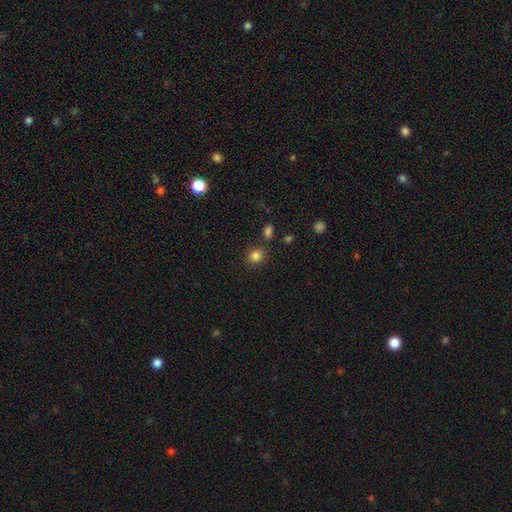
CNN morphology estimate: Q: Smooth or featured?
A: smooth (84%); runner-up: star or artifact (11%)
Q: How rounded?
A: round (73%); runner-up: in between (26%)
Q: Merging?
A: none (81%); runner-up: minor disturbance (9%)